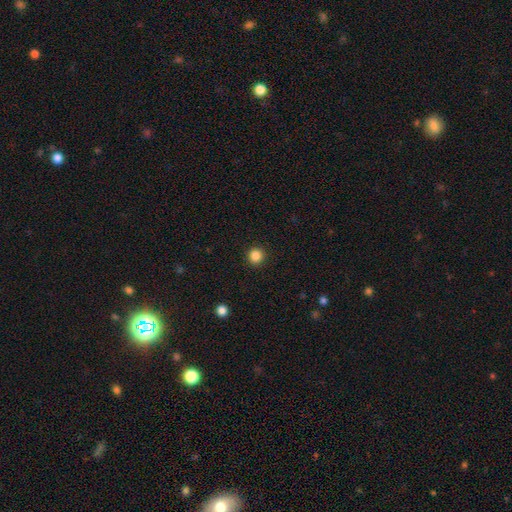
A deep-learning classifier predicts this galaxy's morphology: The model was most divided on "smooth or featured": smooth: 85%, star or artifact: 11%, featured or disk: 3%. More confident: how rounded — round (95%); merging — none (93%).